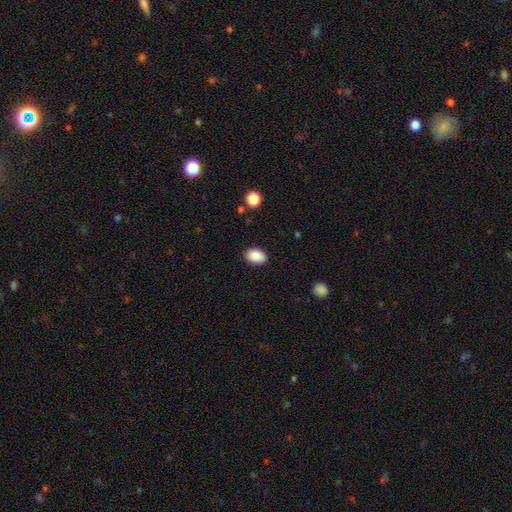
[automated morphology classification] type=smooth (89%); roundness=in between (82%); merging=none (87%).